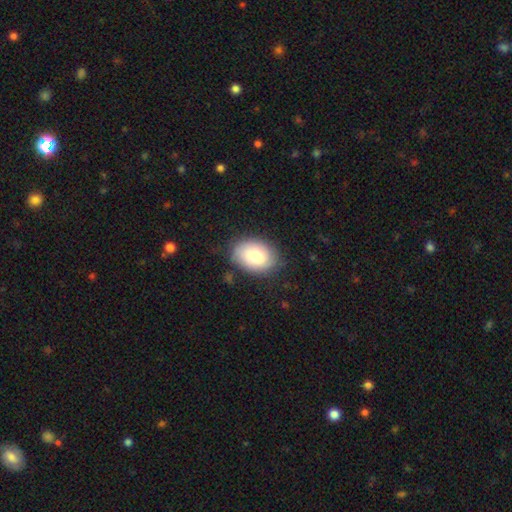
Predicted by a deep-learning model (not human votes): smooth_or_featured: smooth (p=0.79) [alt: featured or disk p=0.14]
how_rounded: in between (p=0.78) [alt: round p=0.21]
merging: none (p=0.78) [alt: minor disturbance p=0.17]